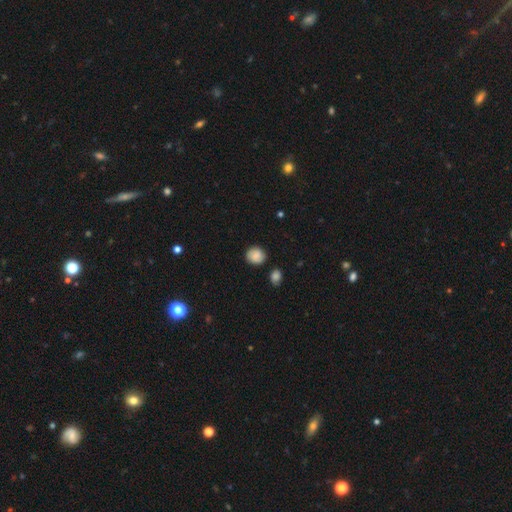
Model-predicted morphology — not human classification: Overall: smooth (76%). How rounded: round (73%). Merging: none (80%).